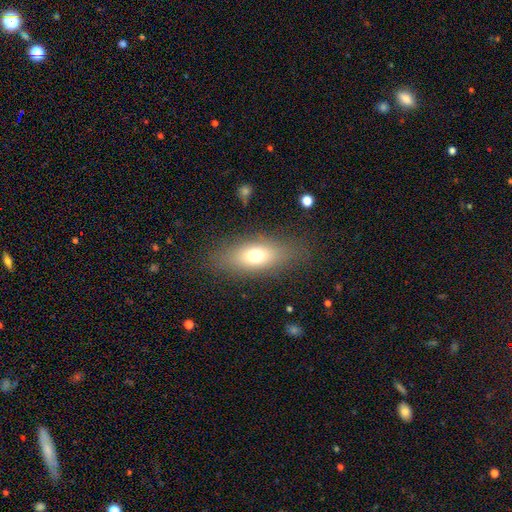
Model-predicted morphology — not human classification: Q: Smooth or featured?
A: smooth (69%); runner-up: featured or disk (20%)
Q: How rounded?
A: in between (78%); runner-up: cigar-shaped (12%)
Q: Merging?
A: none (79%); runner-up: minor disturbance (13%)